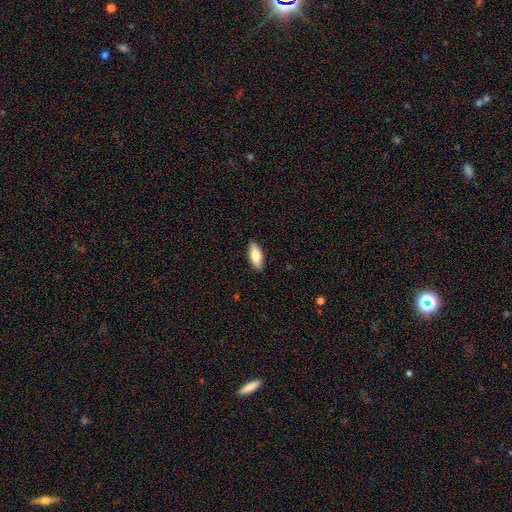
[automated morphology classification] The model was most divided on "how rounded": in between: 83%, cigar-shaped: 15%, round: 2%. More confident: merging — none (89%); smooth or featured — smooth (81%).